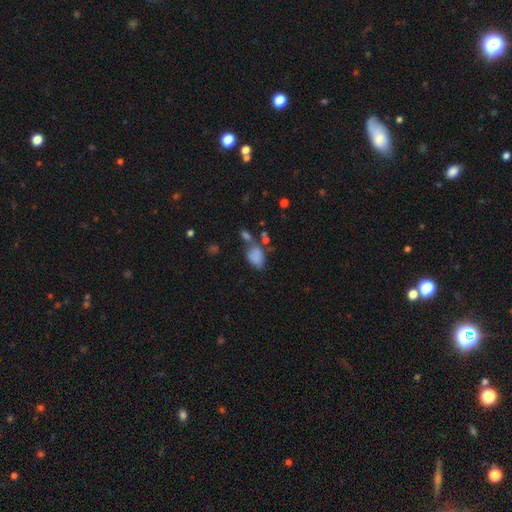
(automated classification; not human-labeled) smooth_or_featured: smooth (p=0.81) [alt: star or artifact p=0.11]
how_rounded: in between (p=0.81) [alt: round p=0.18]
merging: none (p=0.41) [alt: merger p=0.26]